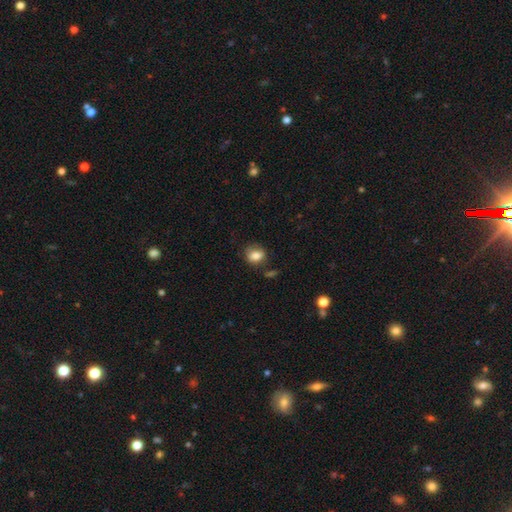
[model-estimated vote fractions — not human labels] Smooth or featured?
  - smooth: 80% *
  - featured or disk: 10%
  - star or artifact: 9%
How rounded?
  - round: 54% *
  - in between: 45%
  - cigar-shaped: 1%
Merging?
  - none: 64% *
  - minor disturbance: 23%
  - major disturbance: 8%
  - merger: 5%